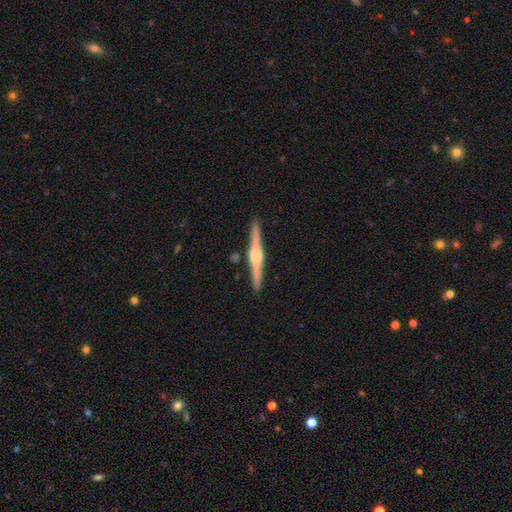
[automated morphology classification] A featured or disk galaxy (82%) viewed edge-on (98%) with a rounded central bulge (84%). Merging: none (91%).